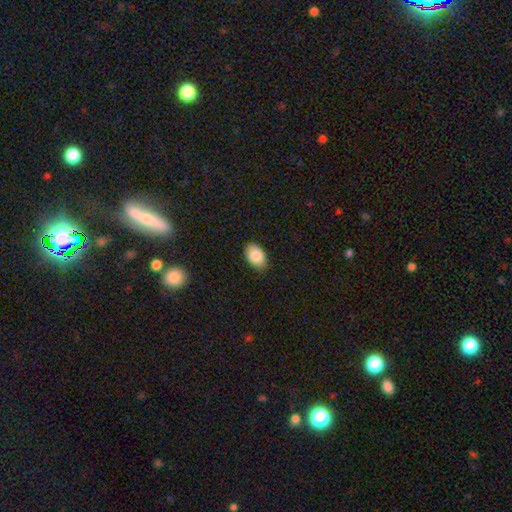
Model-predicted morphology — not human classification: Q: Smooth or featured?
A: smooth (86%); runner-up: star or artifact (7%)
Q: How rounded?
A: in between (89%); runner-up: round (10%)
Q: Merging?
A: none (83%); runner-up: minor disturbance (14%)